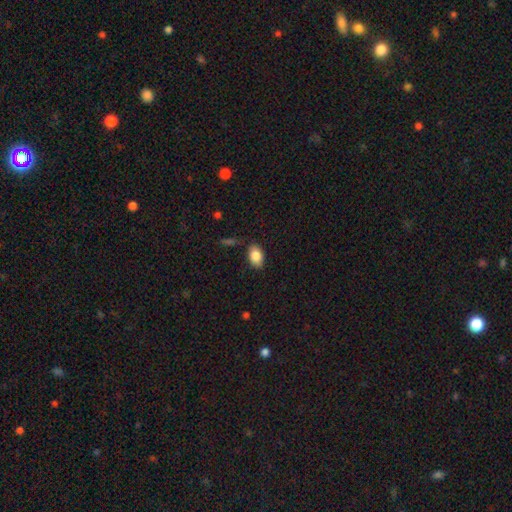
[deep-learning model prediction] Morphology: type=smooth (84%); roundness=in between (88%); merging=none (82%).